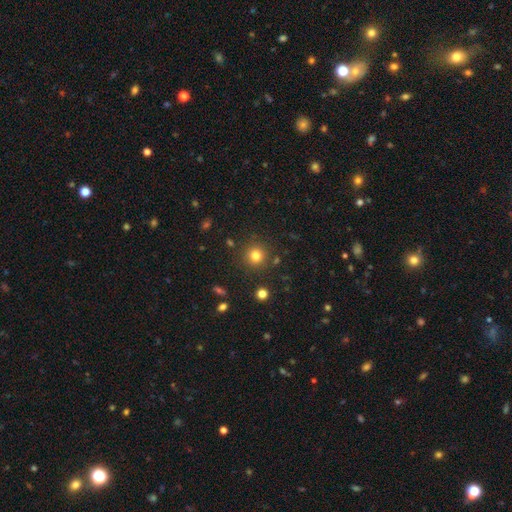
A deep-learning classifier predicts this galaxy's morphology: Smooth or featured? Predicted: smooth (p=0.79). How rounded? Predicted: round (p=0.94). Merging? Predicted: none (p=0.87).